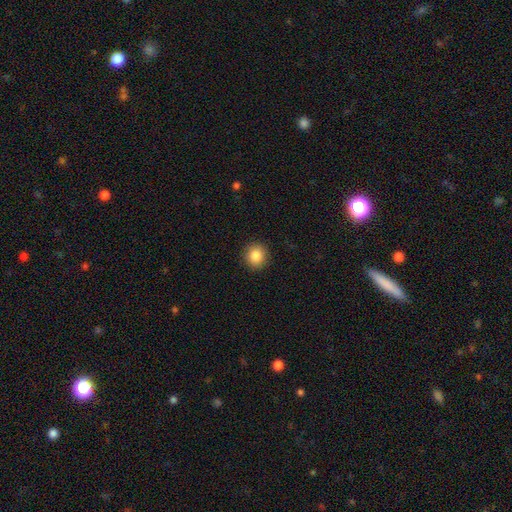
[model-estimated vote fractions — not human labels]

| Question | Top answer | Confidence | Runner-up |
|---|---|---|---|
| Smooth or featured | smooth | 85% | star or artifact (9%) |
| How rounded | round | 90% | in between (9%) |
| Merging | none | 92% | minor disturbance (6%) |